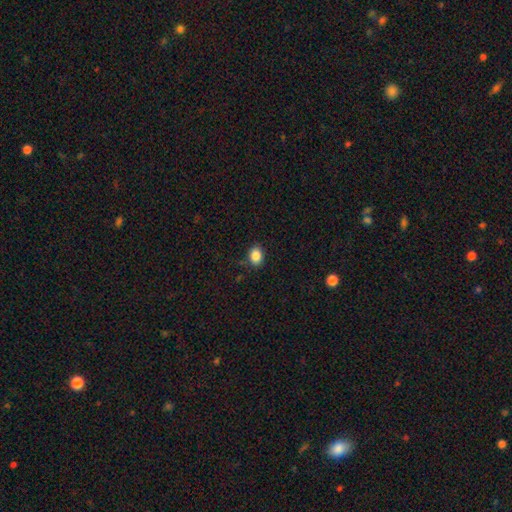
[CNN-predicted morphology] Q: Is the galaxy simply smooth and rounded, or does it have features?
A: smooth — 86%.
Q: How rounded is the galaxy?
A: in between — 67%.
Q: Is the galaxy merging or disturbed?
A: none — 85%.